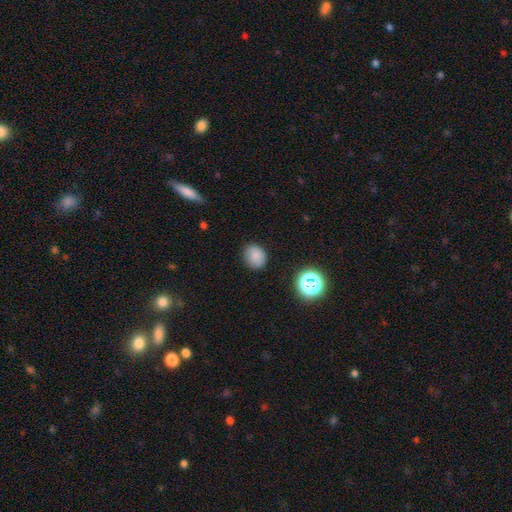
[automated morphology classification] smooth-or-featured: smooth: 81% | star or artifact: 13% | featured or disk: 5%
  how-rounded: round: 57% | in between: 42% | cigar-shaped: 1%
  merging: none: 82% | minor disturbance: 13% | major disturbance: 3% | merger: 1%